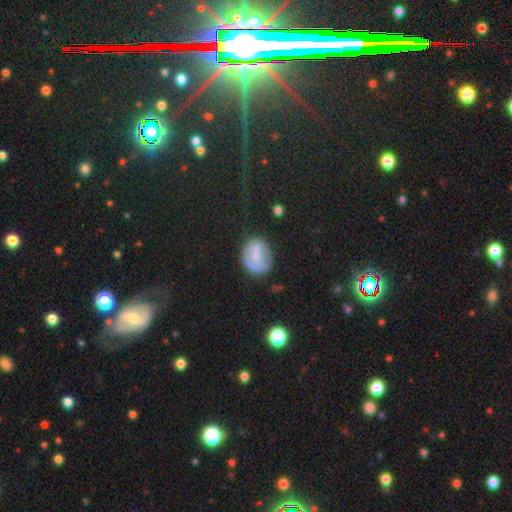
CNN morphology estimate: Smooth or featured?
  - smooth: 54% *
  - featured or disk: 34%
  - star or artifact: 13%
How rounded?
  - round: 50% *
  - in between: 48%
  - cigar-shaped: 2%
Merging?
  - none: 67% *
  - minor disturbance: 22%
  - major disturbance: 9%
  - merger: 2%